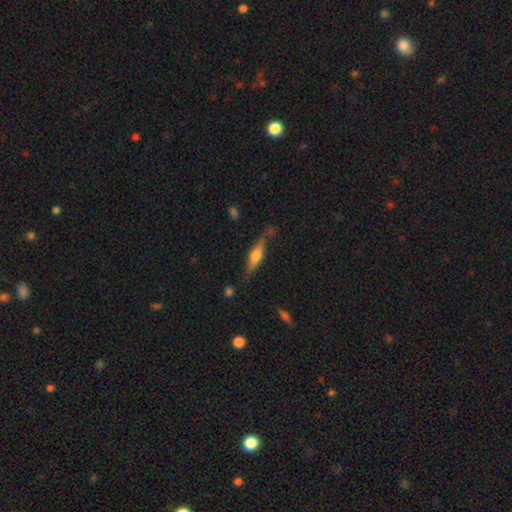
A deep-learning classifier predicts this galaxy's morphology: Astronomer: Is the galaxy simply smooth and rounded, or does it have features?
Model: featured or disk — 51% (runner-up: smooth, 42%).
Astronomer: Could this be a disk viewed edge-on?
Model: yes — 92%.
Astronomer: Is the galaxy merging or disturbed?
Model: none — 70%.